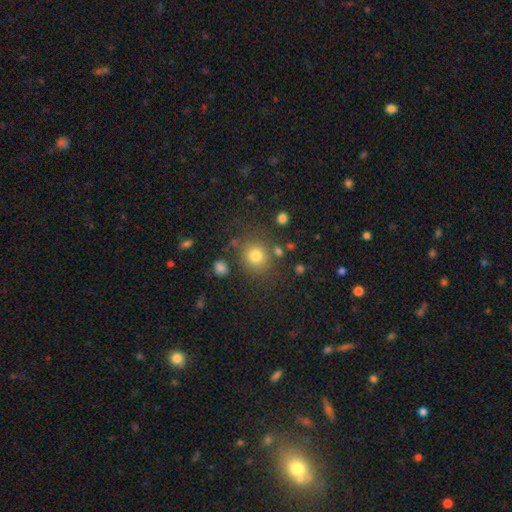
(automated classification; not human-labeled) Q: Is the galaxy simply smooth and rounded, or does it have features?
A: smooth — 78%.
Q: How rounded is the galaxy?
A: round — 82%.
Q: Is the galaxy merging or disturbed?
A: none — 78%.